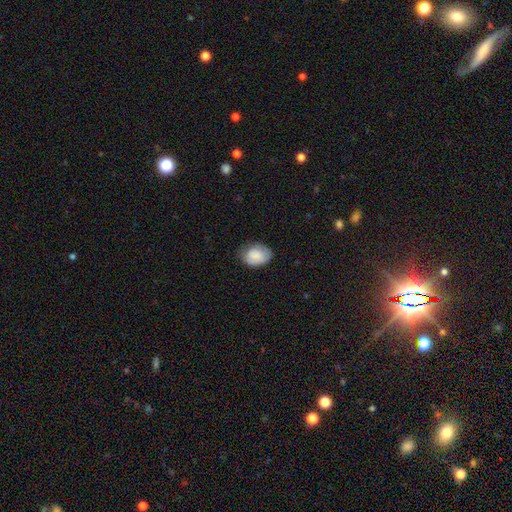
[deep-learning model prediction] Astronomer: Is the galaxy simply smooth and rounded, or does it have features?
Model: smooth — 81%.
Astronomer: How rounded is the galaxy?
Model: in between — 74%.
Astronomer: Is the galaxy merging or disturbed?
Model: none — 69%.